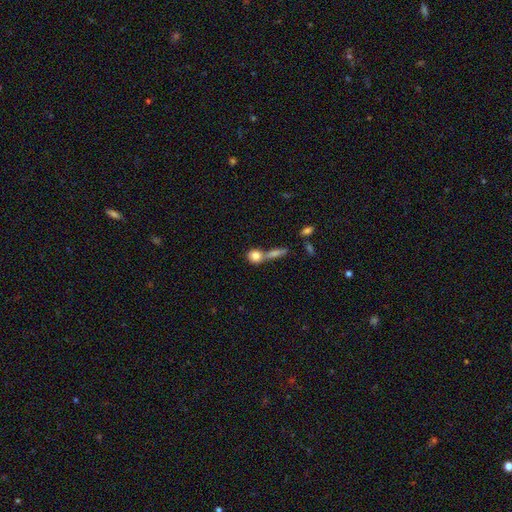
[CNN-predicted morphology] The model was most divided on "merging": merger: 44%, none: 42%, minor disturbance: 9%, major disturbance: 5%. More confident: smooth or featured — smooth (80%); how rounded — round (73%).